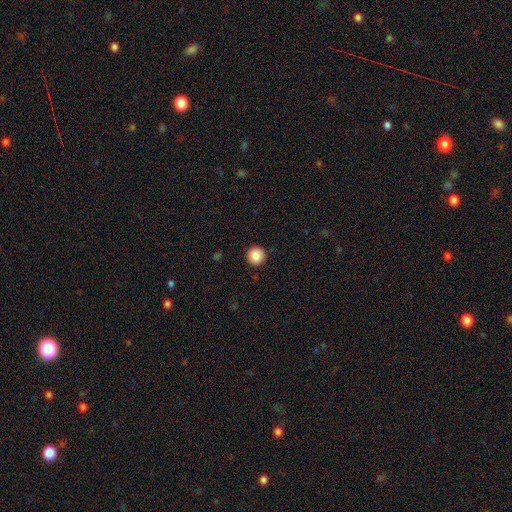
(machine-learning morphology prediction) The model was most divided on "smooth or featured": smooth: 87%, star or artifact: 9%, featured or disk: 4%. More confident: how rounded — round (95%); merging — none (92%).